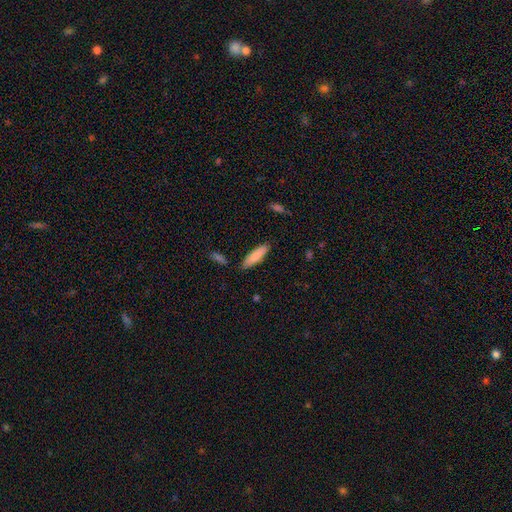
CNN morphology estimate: Smooth or featured? Predicted: smooth (p=0.83). How rounded? Predicted: cigar-shaped (p=0.63). Merging? Predicted: none (p=0.85).